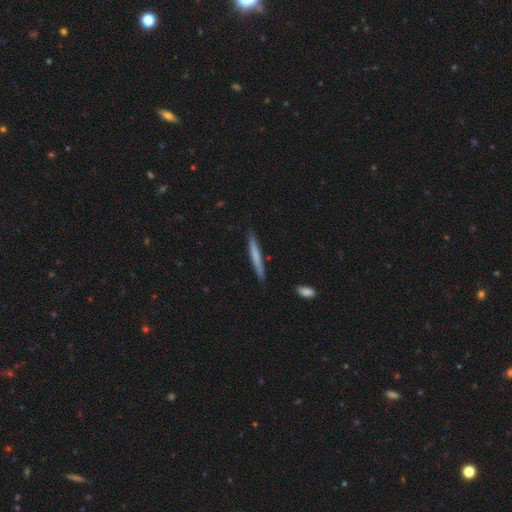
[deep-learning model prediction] This is likely a smooth galaxy (64%). How rounded: clearly cigar-shaped (96%). Merging: clearly none (87%).